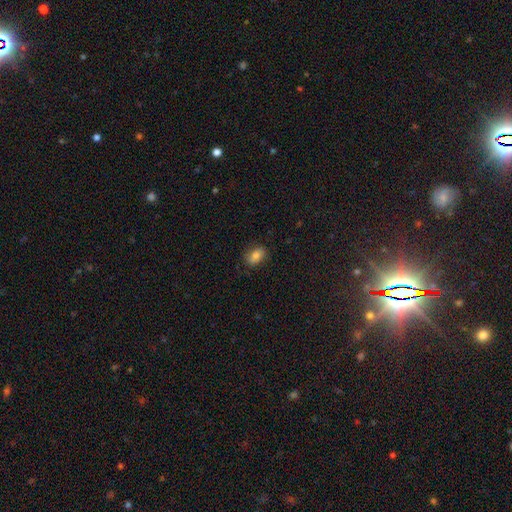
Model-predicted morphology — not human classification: A smooth galaxy with no disk features (81%) that is in between round and cigar-shaped (84%). Merging: none (80%).